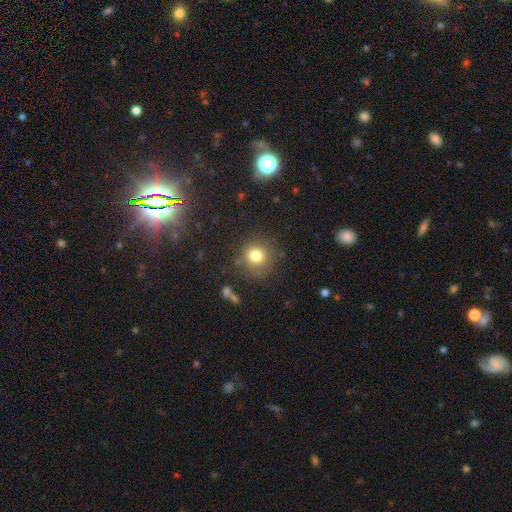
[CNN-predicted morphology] This appears to be a smooth galaxy with no disk features (79%) that is round (90%). Merging: none (81%).